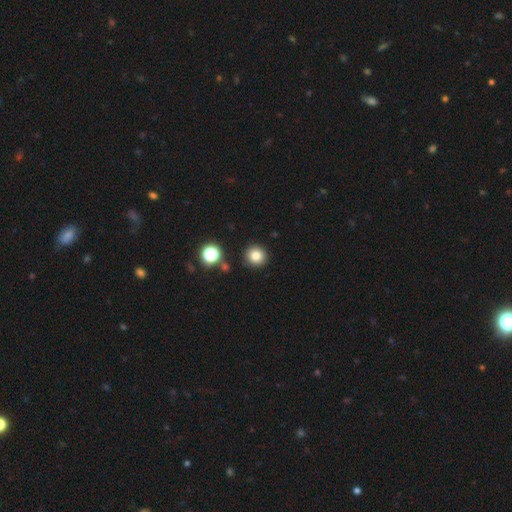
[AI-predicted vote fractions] A smooth galaxy with no disk features (81%) that is round (94%).

Vote fractions:
- Smooth or featured? smooth: 81% / star or artifact: 13% / featured or disk: 6%
- How rounded? round: 94% / in between: 5% / cigar-shaped: 1%
- Merging? none: 89% / minor disturbance: 6% / merger: 3% / major disturbance: 2%